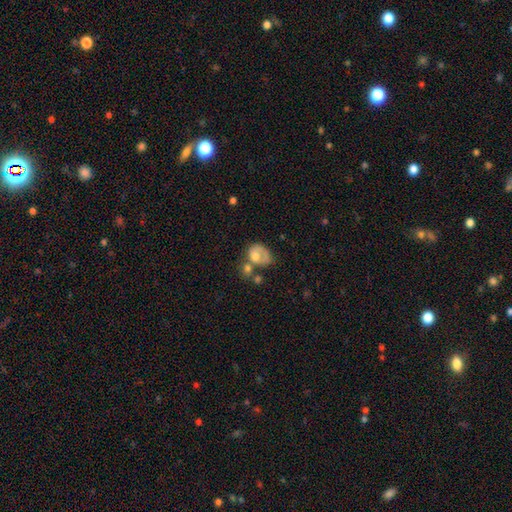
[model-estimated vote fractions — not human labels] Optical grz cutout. It shows a smooth galaxy with no disk features (59%) that is in between round and cigar-shaped (56%). Merging: merger (33%).